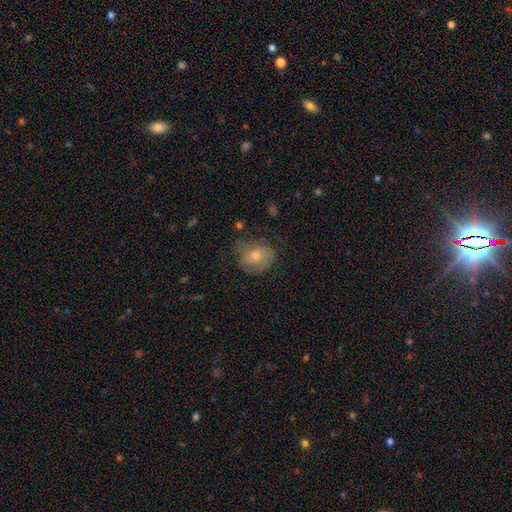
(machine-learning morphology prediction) Smooth or featured? Predicted: smooth (p=0.44, tied with featured or disk). Merging? Predicted: none (p=0.62).